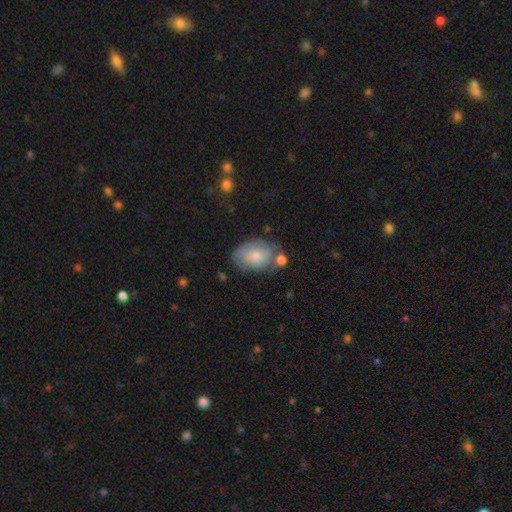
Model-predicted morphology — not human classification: Smooth or featured? smooth (61%)
How rounded? in between (81%)
Merging? none (50%)